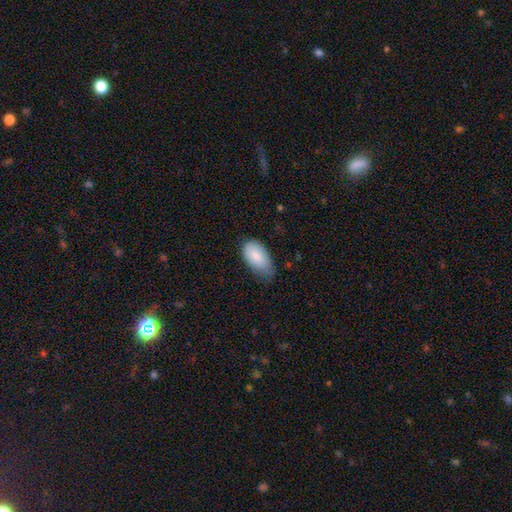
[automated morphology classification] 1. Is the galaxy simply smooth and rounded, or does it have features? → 84% smooth, 10% featured or disk, 6% star or artifact.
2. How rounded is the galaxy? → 95% in between, 3% round, 2% cigar-shaped.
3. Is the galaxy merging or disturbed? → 45% none, 44% minor disturbance, 10% major disturbance, 1% merger.